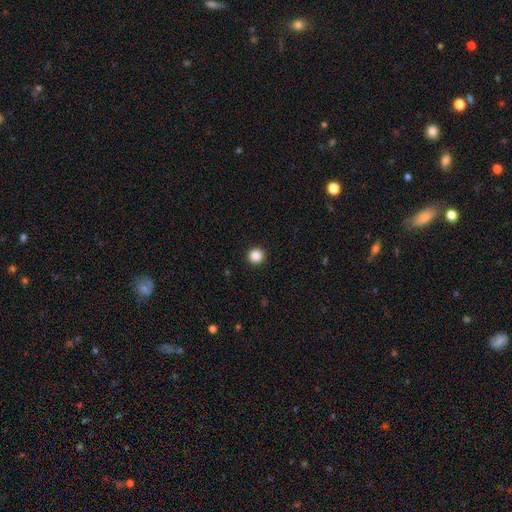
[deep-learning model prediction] A smooth galaxy with no disk features (88%) that is round (94%).

Vote fractions:
- Smooth or featured? smooth: 88% / star or artifact: 10% / featured or disk: 2%
- How rounded? round: 94% / in between: 5% / cigar-shaped: 1%
- Merging? none: 93% / minor disturbance: 5% / major disturbance: 2% / merger: 1%